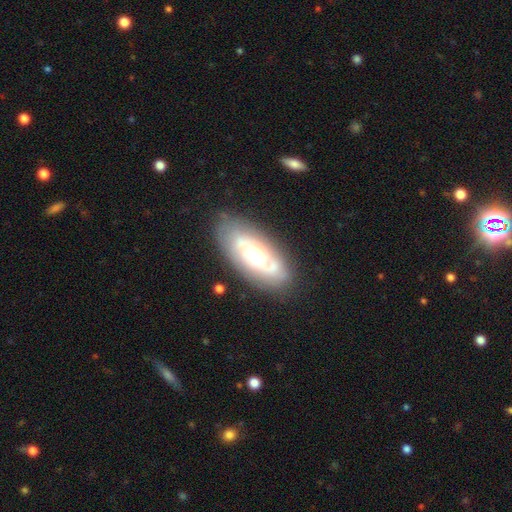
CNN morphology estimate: This is likely a featured or disk galaxy (71%). It is clearly not viewed edge-on (90%). Bar: likely no (65%). Spiral arm pattern: clearly yes (80%). Spiral arm count: likely 2 (61%). Spiral winding: marginally tight (42%). Central bulge: possibly moderate (59%). Merging: likely none (77%).